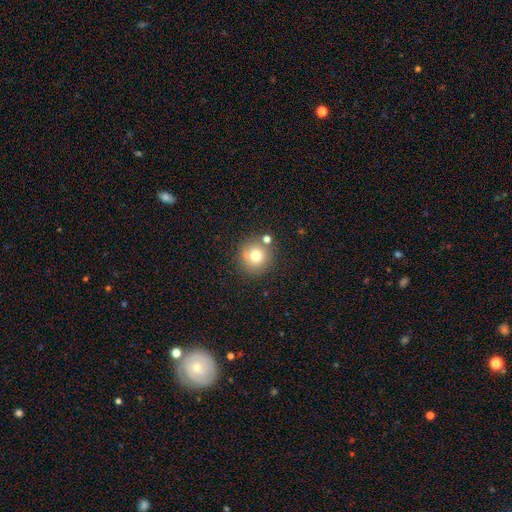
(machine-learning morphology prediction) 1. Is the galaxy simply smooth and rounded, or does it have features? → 73% smooth, 14% featured or disk, 12% star or artifact.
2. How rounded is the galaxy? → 92% round, 8% in between, 1% cigar-shaped.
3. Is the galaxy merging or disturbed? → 72% none, 12% merger, 12% minor disturbance, 4% major disturbance.